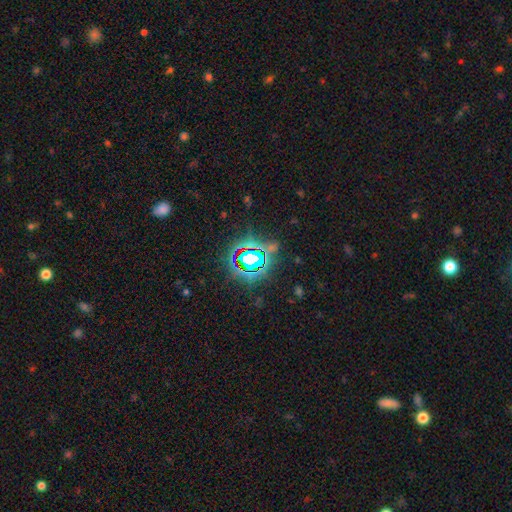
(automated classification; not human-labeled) A star or artifact, not a galaxy (78%).